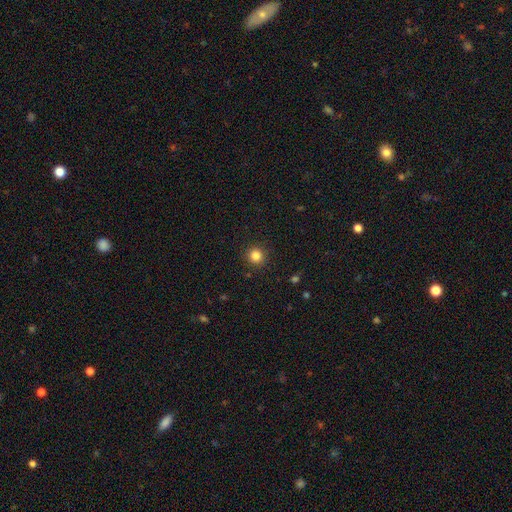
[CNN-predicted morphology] Smooth or featured? Predicted: smooth (p=0.84). How rounded? Predicted: round (p=0.94). Merging? Predicted: none (p=0.91).